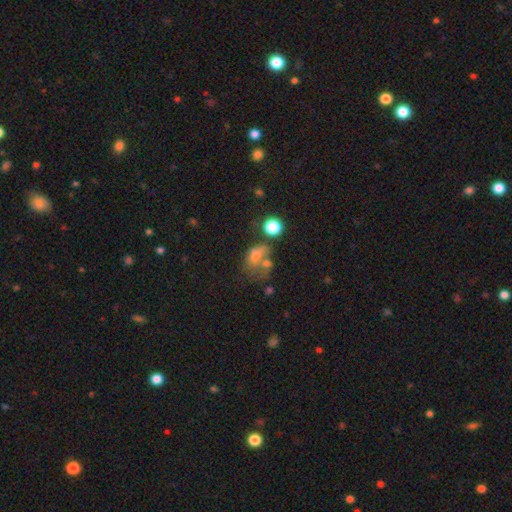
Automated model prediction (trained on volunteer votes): Morphology: type=smooth (55%); roundness=in between (64%); merging=merger (35%).